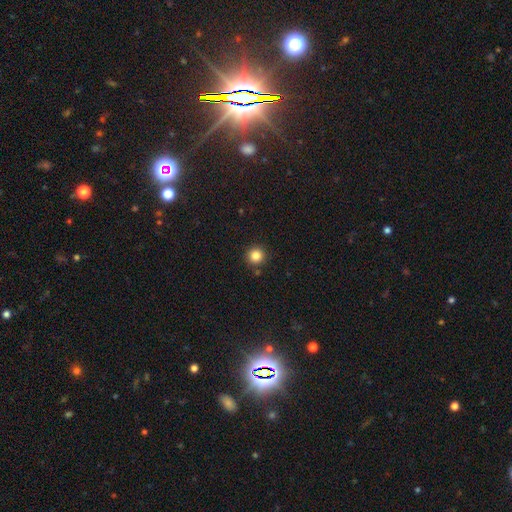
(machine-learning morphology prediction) smooth-or-featured: smooth: 84% | star or artifact: 11% | featured or disk: 4%
  how-rounded: round: 94% | in between: 5% | cigar-shaped: 1%
  merging: none: 89% | minor disturbance: 6% | merger: 3% | major disturbance: 2%